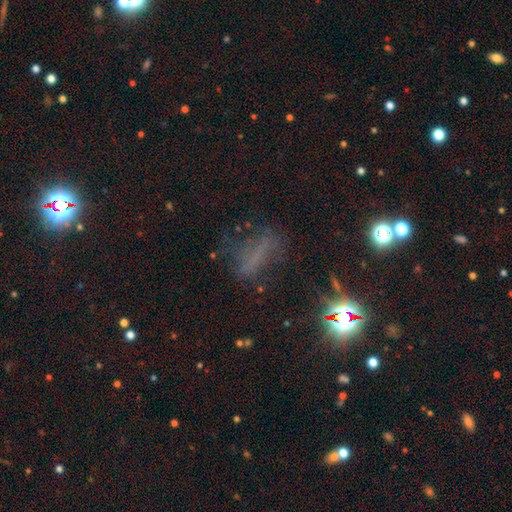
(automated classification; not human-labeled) A star or artifact, not a galaxy (39%).